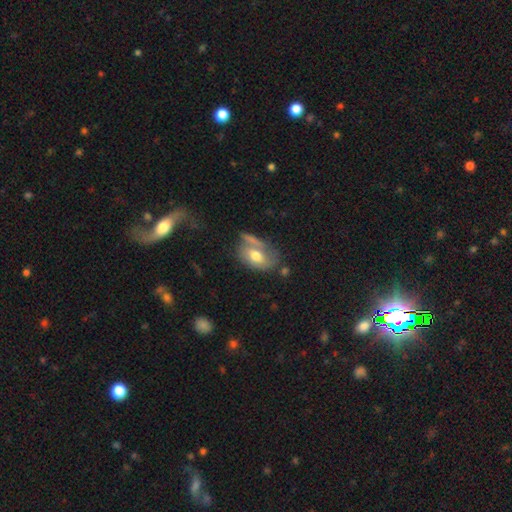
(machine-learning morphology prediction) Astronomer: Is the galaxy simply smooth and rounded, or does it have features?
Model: smooth — 62%.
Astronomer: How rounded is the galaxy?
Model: in between — 83%.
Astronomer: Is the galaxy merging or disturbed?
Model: none — 43% (runner-up: minor disturbance, 23%).